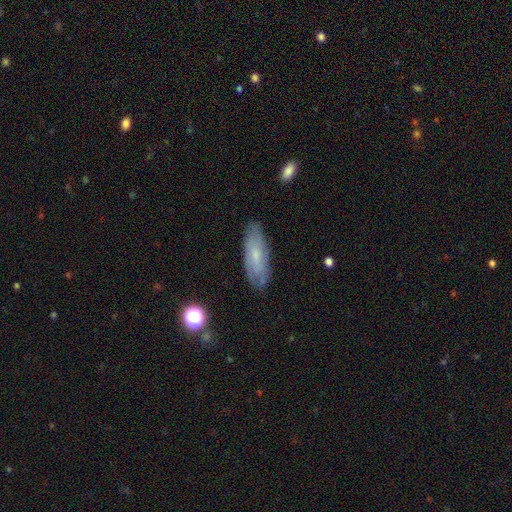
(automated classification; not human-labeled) Overall: featured or disk (47%; smooth 46%). Merging: none (77%).